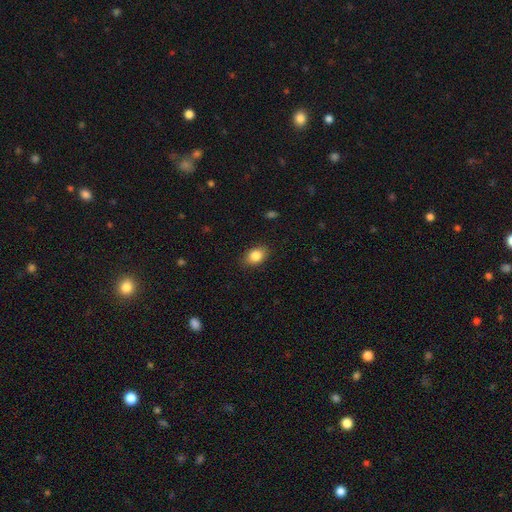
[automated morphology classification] smooth-or-featured: smooth: 85% | star or artifact: 8% | featured or disk: 7%
  how-rounded: in between: 77% | round: 21% | cigar-shaped: 2%
  merging: none: 86% | minor disturbance: 10% | major disturbance: 3% | merger: 1%